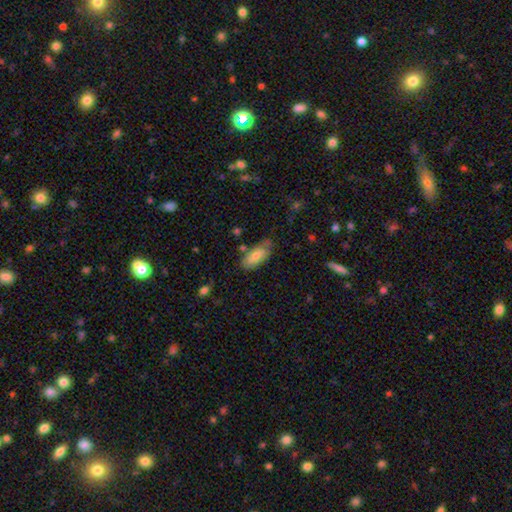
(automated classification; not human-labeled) A smooth galaxy with no disk features (74%) that is in between round and cigar-shaped (84%).

Vote fractions:
- Smooth or featured? smooth: 74% / featured or disk: 20% / star or artifact: 7%
- How rounded? in between: 84% / cigar-shaped: 14% / round: 2%
- Merging? none: 67% / minor disturbance: 25% / major disturbance: 5% / merger: 4%